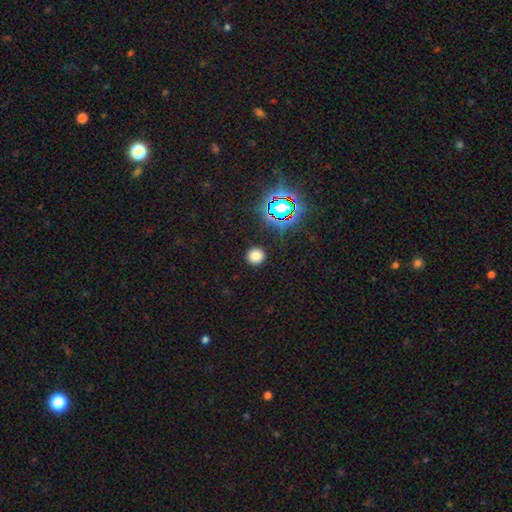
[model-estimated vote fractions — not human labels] smooth-or-featured: smooth: 76% | star or artifact: 19% | featured or disk: 5%
  how-rounded: round: 91% | in between: 8% | cigar-shaped: 1%
  merging: none: 90% | minor disturbance: 6% | major disturbance: 2% | merger: 1%